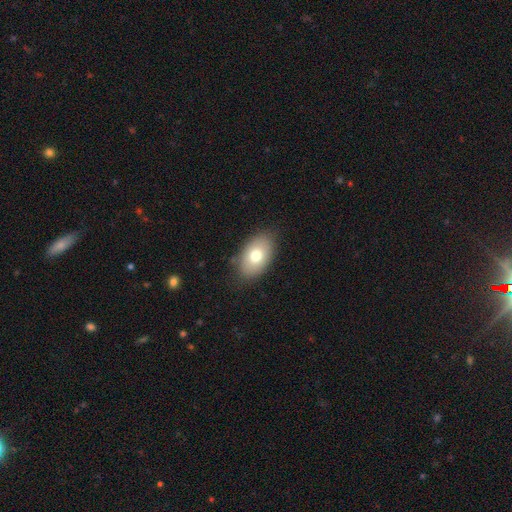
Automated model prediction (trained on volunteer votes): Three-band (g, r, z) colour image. It shows a smooth galaxy with no disk features (74%) that is in between round and cigar-shaped (91%). Merging: none (82%).